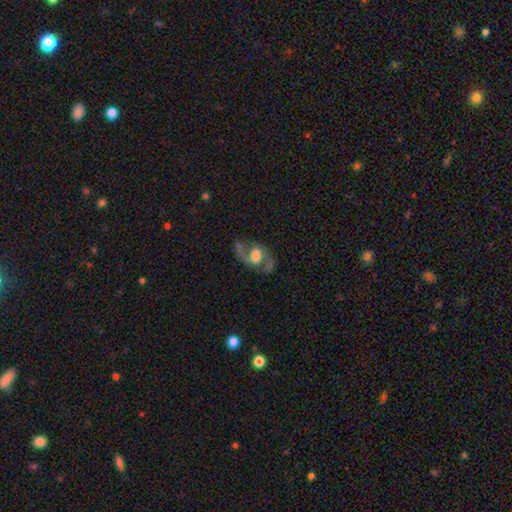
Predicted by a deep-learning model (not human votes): featured or disk 80%, smooth 14%, star or artifact 7%. Down the decision tree: edge-on disk — no (96%); bar — no (43%); spiral arms — yes (88%); spiral arm count — 2 (90%); spiral winding — medium (53%); bulge size — moderate (48%); merging — none (71%).